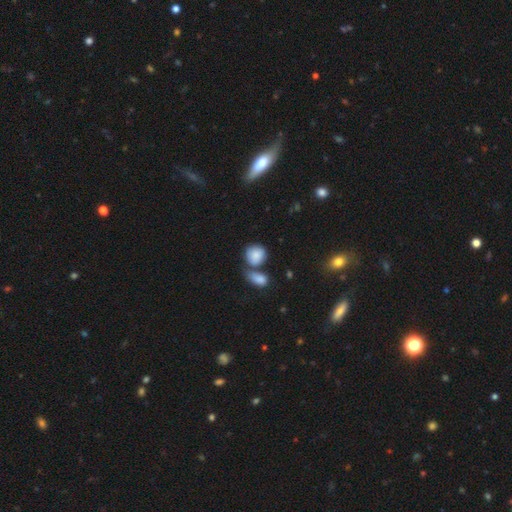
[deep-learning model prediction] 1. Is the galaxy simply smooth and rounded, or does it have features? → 85% smooth, 8% featured or disk, 8% star or artifact.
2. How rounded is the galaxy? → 71% round, 27% in between, 2% cigar-shaped.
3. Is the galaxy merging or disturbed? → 43% none, 40% merger, 12% minor disturbance, 5% major disturbance.